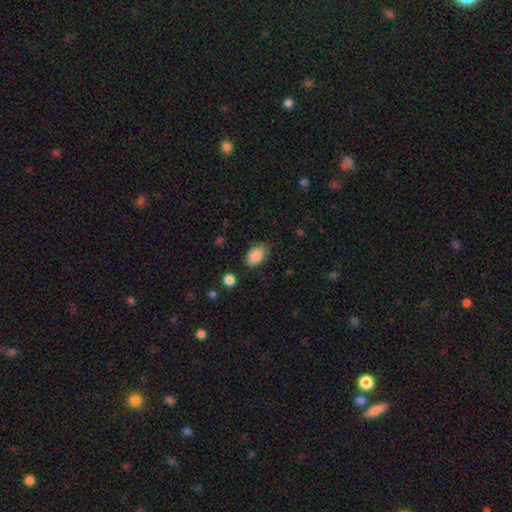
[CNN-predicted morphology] This is clearly a smooth galaxy (87%). How rounded: clearly in between (90%). Merging: likely none (76%).